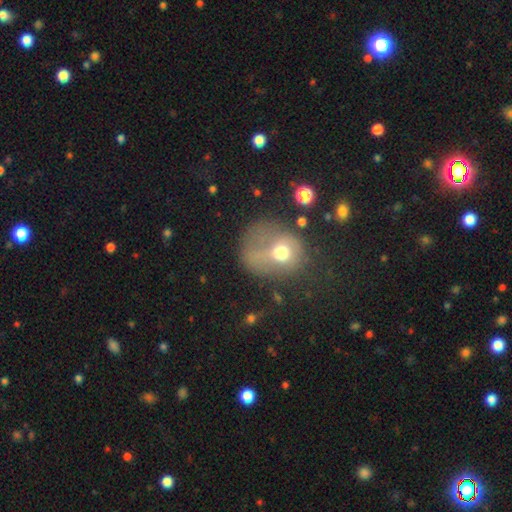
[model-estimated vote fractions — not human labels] smooth-or-featured: smooth: 57% | featured or disk: 30% | star or artifact: 13%
  how-rounded: round: 54% | in between: 45% | cigar-shaped: 1%
  merging: major disturbance: 52% | minor disturbance: 19% | none: 19% | merger: 10%